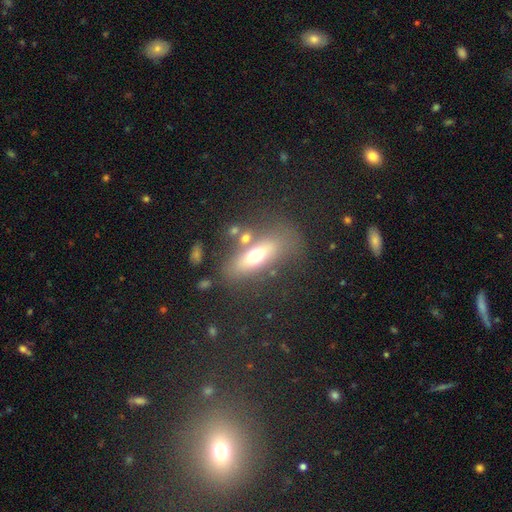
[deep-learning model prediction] Smooth or featured?
  - smooth: 56% *
  - featured or disk: 33%
  - star or artifact: 11%
How rounded?
  - in between: 65% *
  - cigar-shaped: 28%
  - round: 7%
Merging?
  - none: 64% *
  - minor disturbance: 15%
  - merger: 11%
  - major disturbance: 10%